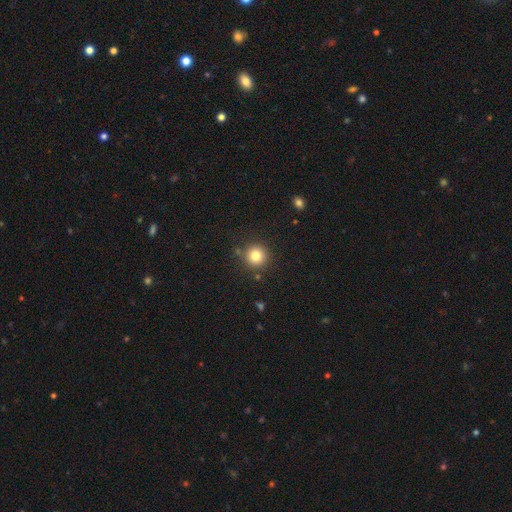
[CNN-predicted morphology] Smooth or featured? smooth (82%)
How rounded? round (95%)
Merging? none (86%)